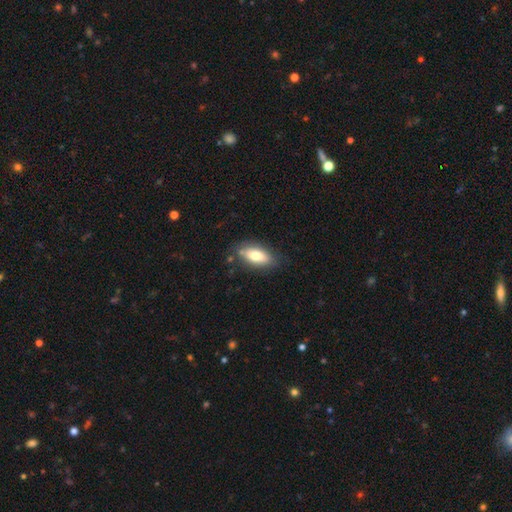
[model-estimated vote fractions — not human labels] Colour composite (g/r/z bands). It shows a smooth galaxy with no disk features (74%) that is in between round and cigar-shaped (86%). Merging: none (76%).